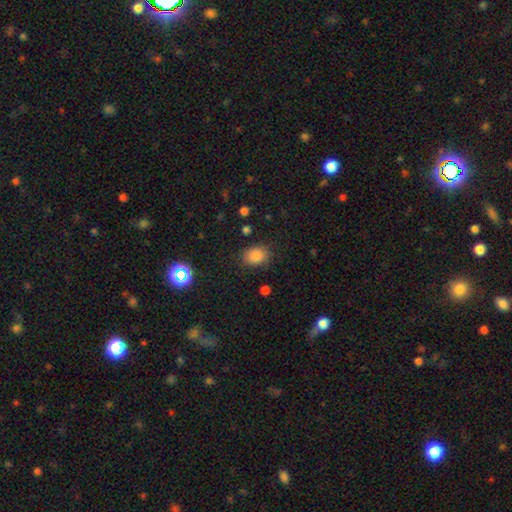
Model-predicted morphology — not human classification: Smooth or featured: smooth — 83% (star or artifact — 11%)
How rounded: in between — 61% (round — 38%)
Merging: none — 80% (minor disturbance — 14%)